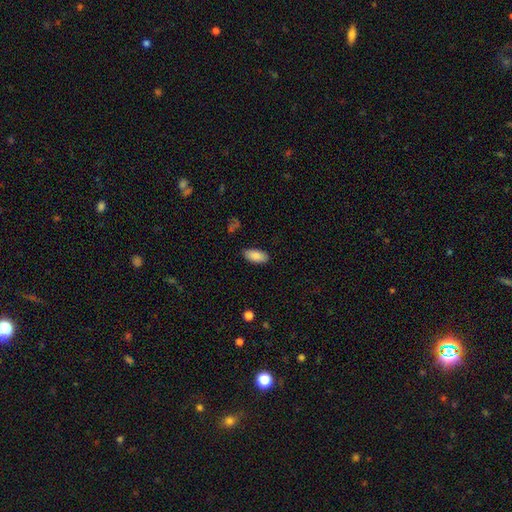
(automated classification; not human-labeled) Overall: smooth (86%). How rounded: in between (93%). Merging: none (87%).